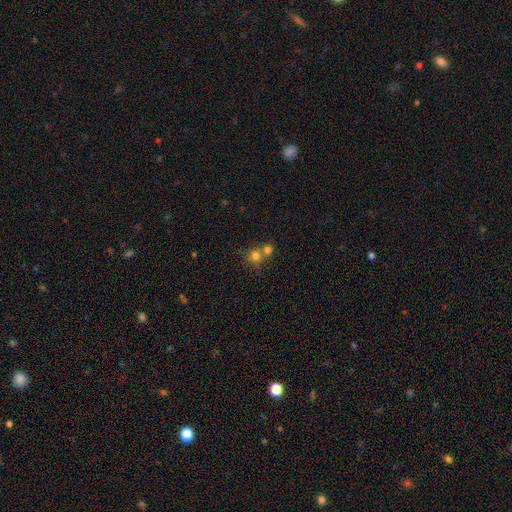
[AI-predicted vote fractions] Smooth or featured? smooth (75%)
How rounded? round (84%)
Merging? merger (50%)